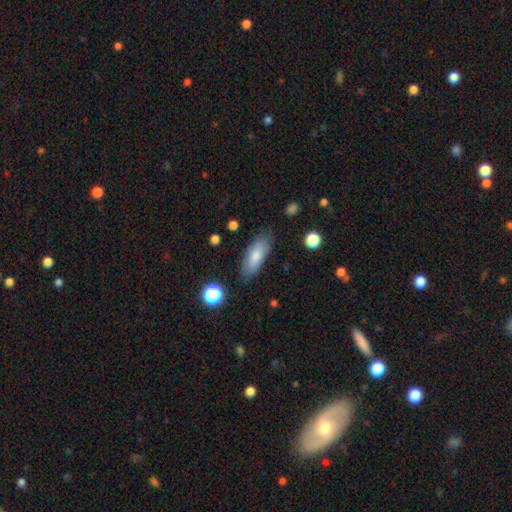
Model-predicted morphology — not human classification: A smooth galaxy with no disk features (79%) that is in between round and cigar-shaped (70%). Merging: none (80%).